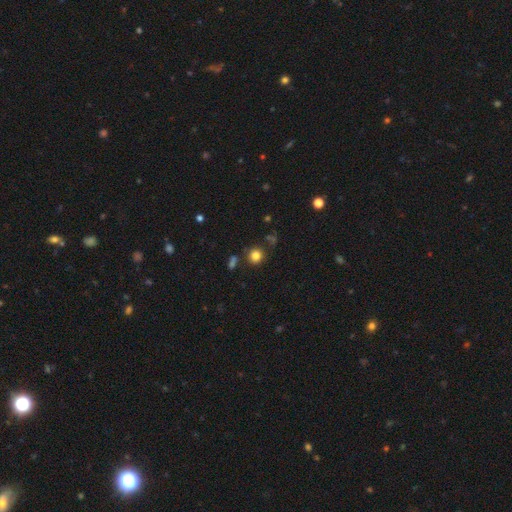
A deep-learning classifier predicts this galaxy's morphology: This appears to be a smooth galaxy with no disk features (82%) that is round (90%). Merging: none (83%).